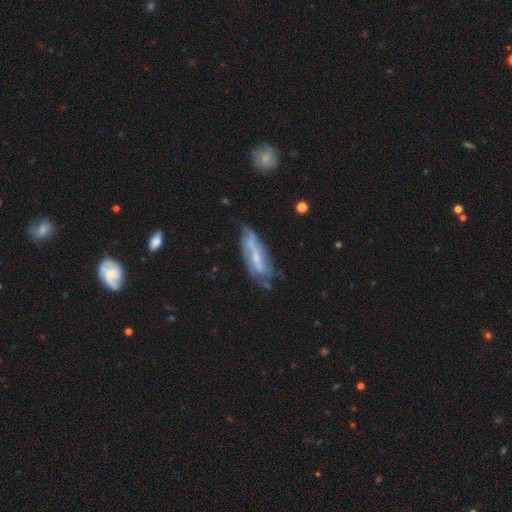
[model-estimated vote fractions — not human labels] This is likely a featured or disk galaxy (67%). It is likely not viewed edge-on (77%). Bar: marginally no (39%). Spiral arm pattern: likely yes (69%). Central bulge: possibly small (51%). Merging: possibly none (53%).